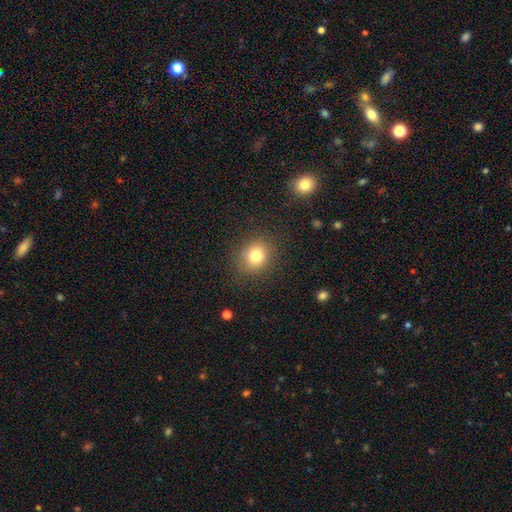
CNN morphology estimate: Smooth or featured?
  - smooth: 80% *
  - star or artifact: 12%
  - featured or disk: 8%
How rounded?
  - round: 71% *
  - in between: 28%
  - cigar-shaped: 1%
Merging?
  - none: 84% *
  - minor disturbance: 10%
  - major disturbance: 4%
  - merger: 1%